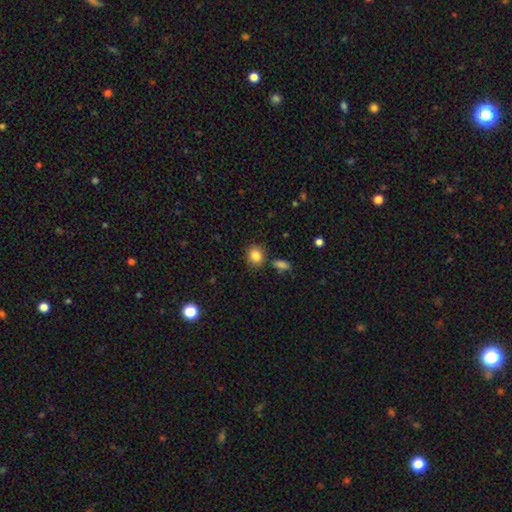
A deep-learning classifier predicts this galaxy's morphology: type=smooth (85%); roundness=round (64%); merging=none (80%).